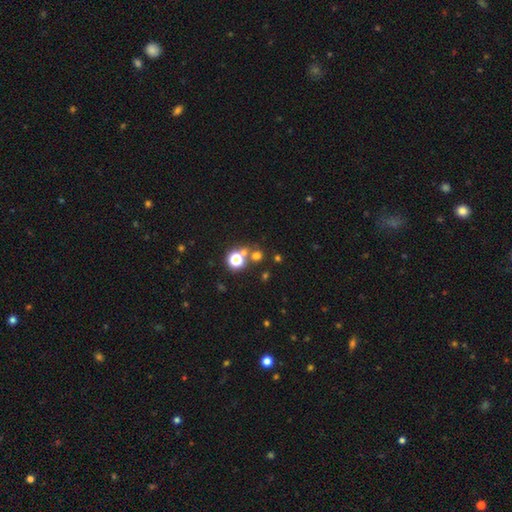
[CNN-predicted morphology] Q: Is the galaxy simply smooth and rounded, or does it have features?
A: smooth — 47%.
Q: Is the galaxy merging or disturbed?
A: none — 68%.